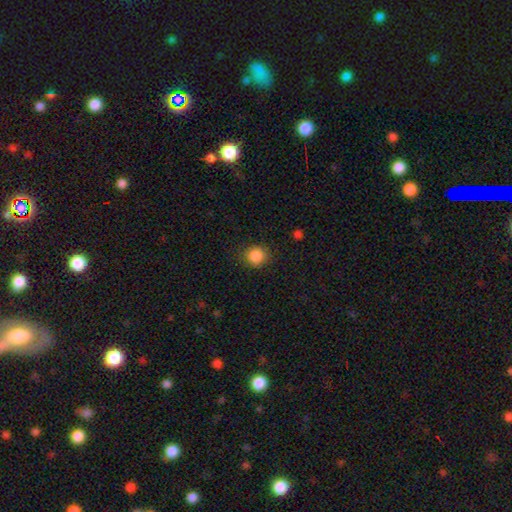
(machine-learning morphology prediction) Smooth or featured: smooth — 86% (star or artifact — 10%)
How rounded: round — 88% (in between — 12%)
Merging: none — 85% (minor disturbance — 11%)